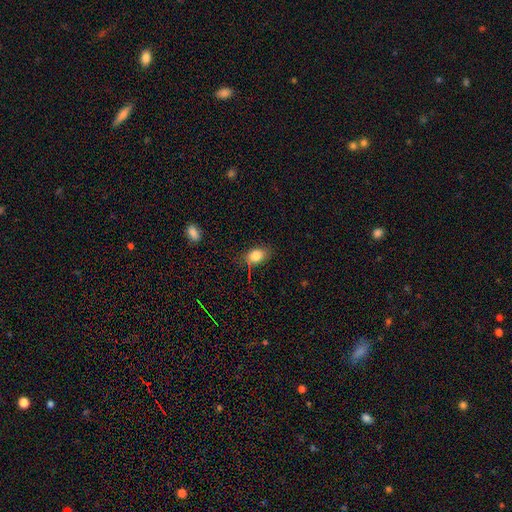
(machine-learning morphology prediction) The model was most divided on "merging": none: 71%, minor disturbance: 21%, major disturbance: 6%, merger: 2%. More confident: smooth or featured — smooth (84%); how rounded — in between (79%).